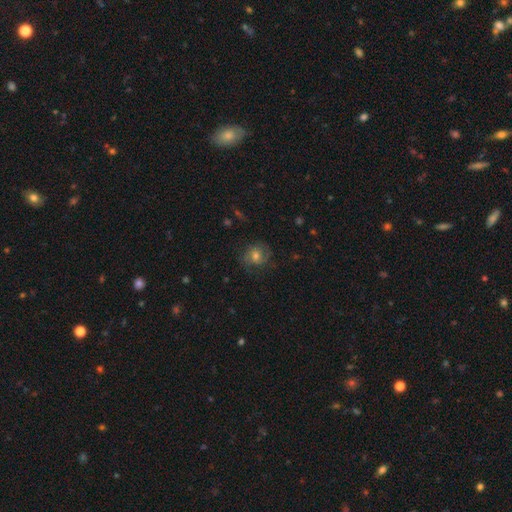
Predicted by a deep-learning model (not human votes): smooth-or-featured: featured or disk: 47% | smooth: 38% | star or artifact: 15%
  merging: none: 73% | minor disturbance: 17% | major disturbance: 9% | merger: 1%